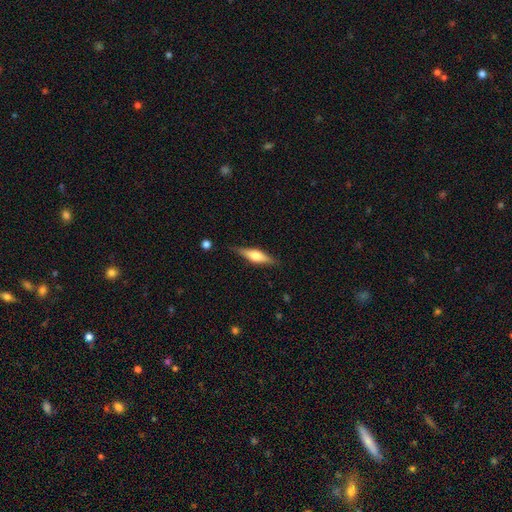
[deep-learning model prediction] Smooth or featured: featured or disk — 54% (smooth — 40%)
Edge-on disk: yes — 94% (no — 6%)
Edge-on bulge: rounded — 89% (boxy — 8%)
Merging: none — 84% (minor disturbance — 12%)